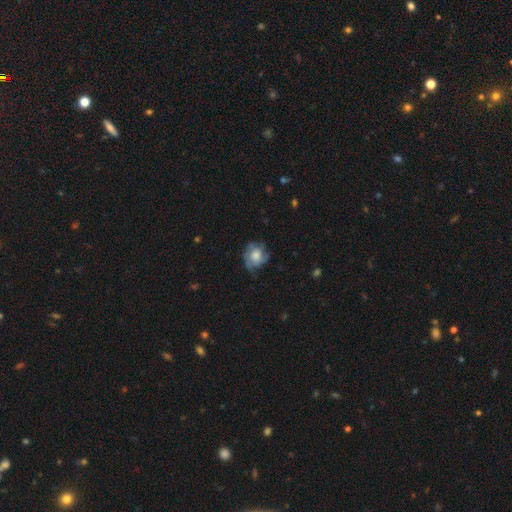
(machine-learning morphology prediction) Smooth or featured?
  - smooth: 56% *
  - featured or disk: 36%
  - star or artifact: 8%
How rounded?
  - round: 71% *
  - in between: 28%
  - cigar-shaped: 1%
Merging?
  - none: 63% *
  - minor disturbance: 25%
  - major disturbance: 11%
  - merger: 1%